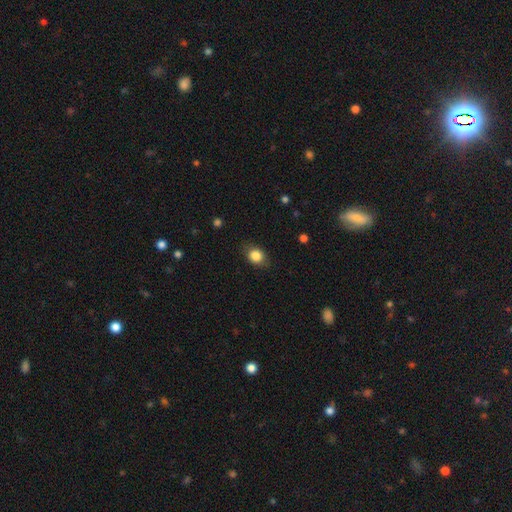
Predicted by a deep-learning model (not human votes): A smooth galaxy with no disk features (84%) that is in between round and cigar-shaped (54%). Merging: none (79%).